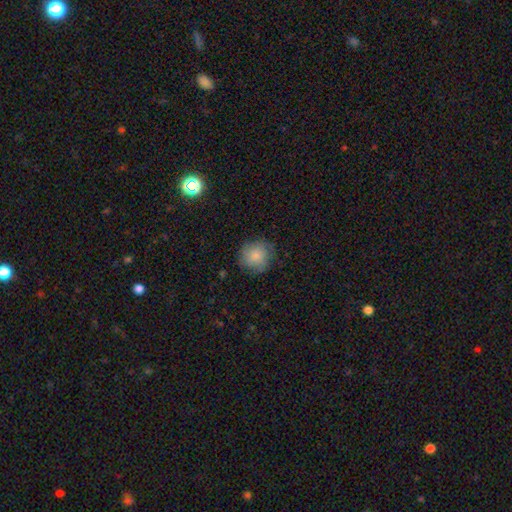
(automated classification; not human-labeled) smooth 83%, featured or disk 9%, star or artifact 8%. Down the decision tree: how rounded — round (90%); merging — none (79%).